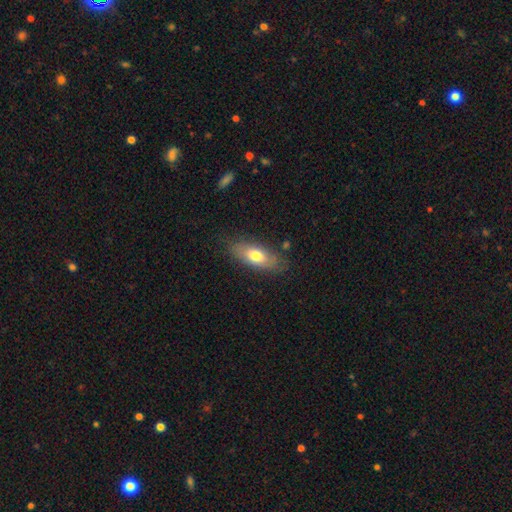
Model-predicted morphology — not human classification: Smooth or featured? Predicted: smooth (p=0.68). How rounded? Predicted: in between (p=0.81). Merging? Predicted: none (p=0.76).